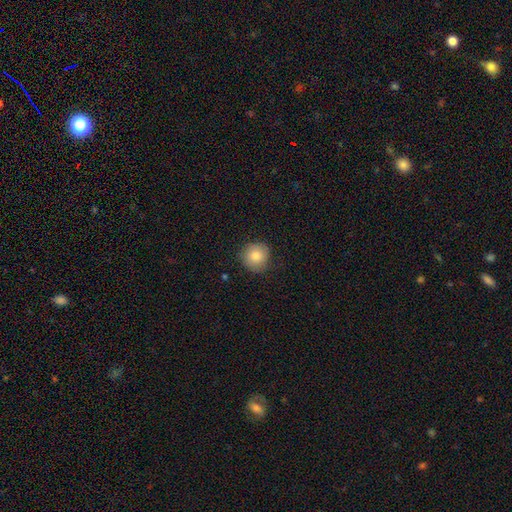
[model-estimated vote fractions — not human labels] smooth 81%, featured or disk 10%, star or artifact 8%. Down the decision tree: how rounded — round (93%); merging — none (82%).